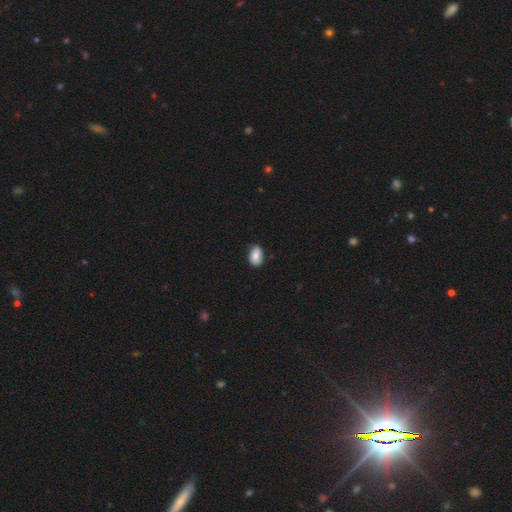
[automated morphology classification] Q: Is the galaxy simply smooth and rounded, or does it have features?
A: smooth — 73%.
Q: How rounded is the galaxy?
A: in between — 84%.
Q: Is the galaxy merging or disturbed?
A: none — 72%.